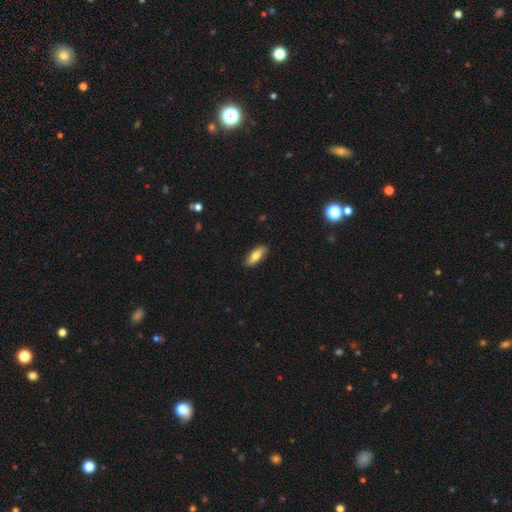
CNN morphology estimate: The model was most divided on "how rounded": in between: 68%, cigar-shaped: 29%, round: 3%. More confident: merging — none (87%); smooth or featured — smooth (72%).